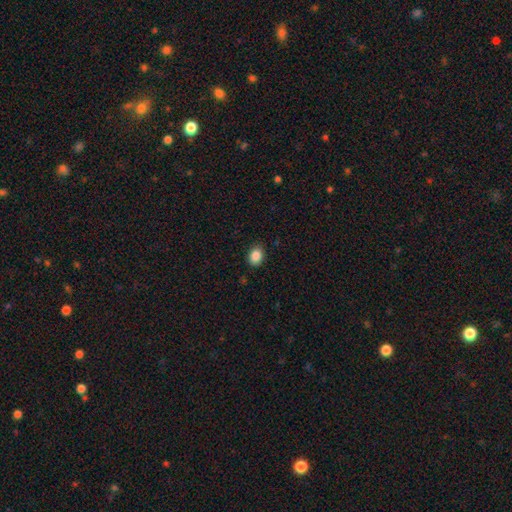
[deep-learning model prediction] This appears to be a smooth galaxy with no disk features (87%) that is in between round and cigar-shaped (65%). Merging: none (88%).